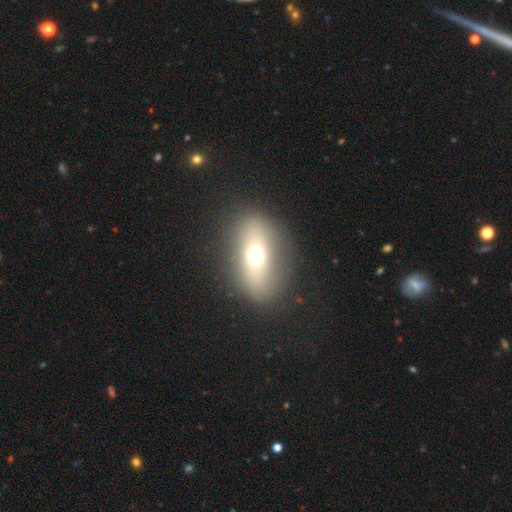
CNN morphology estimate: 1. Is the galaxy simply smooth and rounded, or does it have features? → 56% smooth, 27% featured or disk, 17% star or artifact.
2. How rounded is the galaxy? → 65% in between, 30% round, 5% cigar-shaped.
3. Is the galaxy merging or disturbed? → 84% none, 9% minor disturbance, 6% major disturbance, 1% merger.